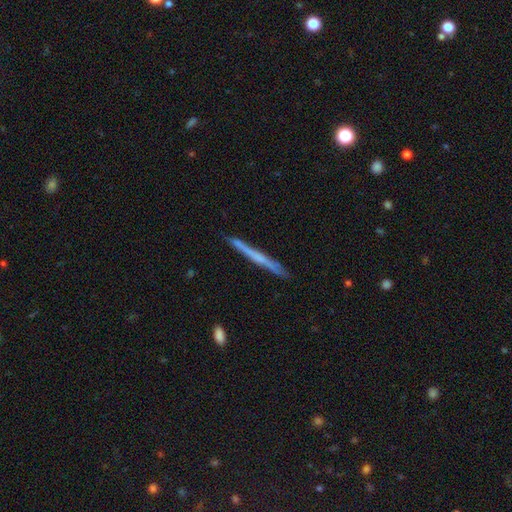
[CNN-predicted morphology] A featured or disk galaxy (51%) viewed edge-on (97%). Merging: none (88%).